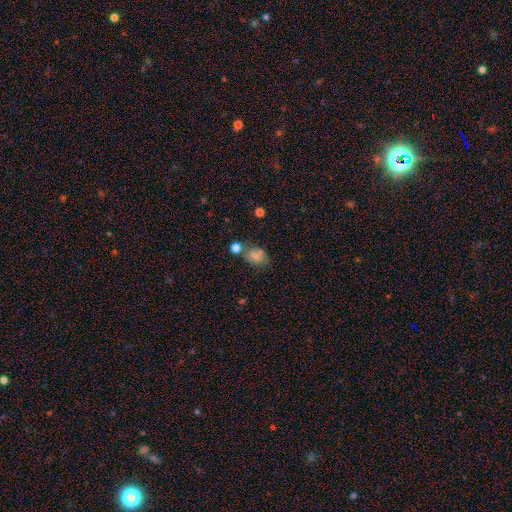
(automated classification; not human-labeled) A smooth galaxy with no disk features (71%) that is in between round and cigar-shaped (78%).

Vote fractions:
- Smooth or featured? smooth: 71% / featured or disk: 16% / star or artifact: 13%
- How rounded? in between: 78% / round: 20% / cigar-shaped: 2%
- Merging? none: 55% / minor disturbance: 19% / merger: 18% / major disturbance: 8%